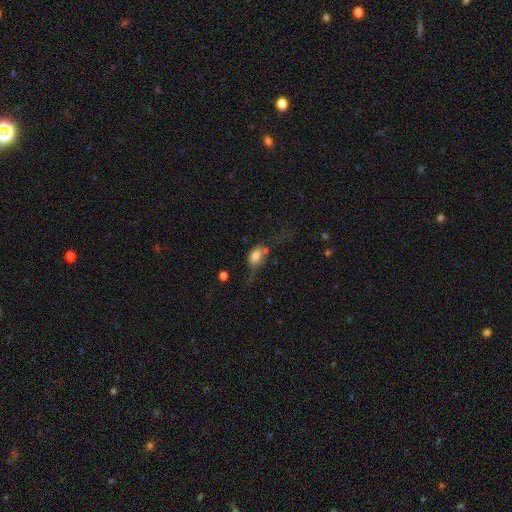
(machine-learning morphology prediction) Smooth or featured: smooth — 72% (featured or disk — 19%)
How rounded: in between — 76% (round — 20%)
Merging: major disturbance — 35% (none — 27%)